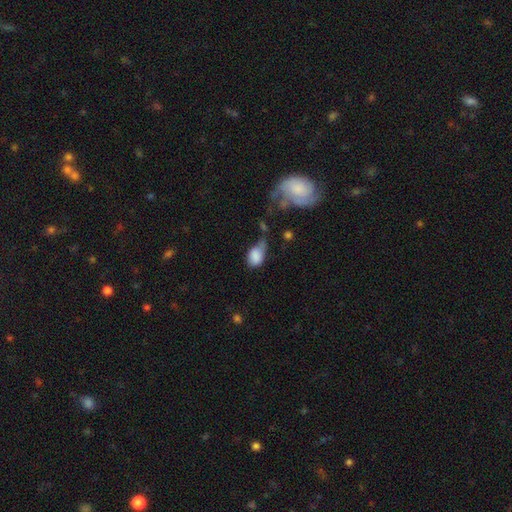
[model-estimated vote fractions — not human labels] Smooth or featured?
  - smooth: 80% *
  - featured or disk: 12%
  - star or artifact: 8%
How rounded?
  - in between: 81% *
  - round: 17%
  - cigar-shaped: 2%
Merging?
  - minor disturbance: 36% *
  - major disturbance: 29%
  - none: 23%
  - merger: 12%